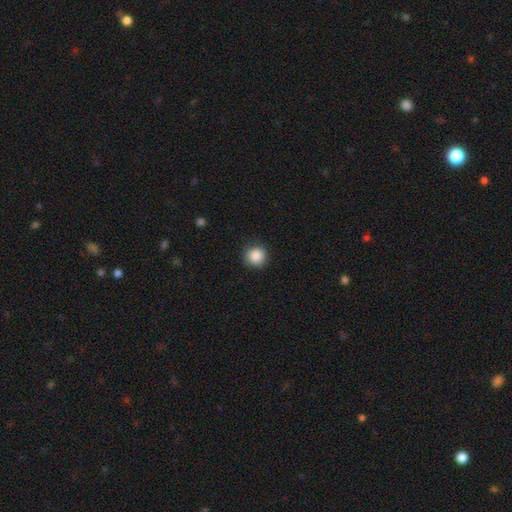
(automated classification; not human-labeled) Smooth or featured? smooth (88%)
How rounded? round (94%)
Merging? none (89%)